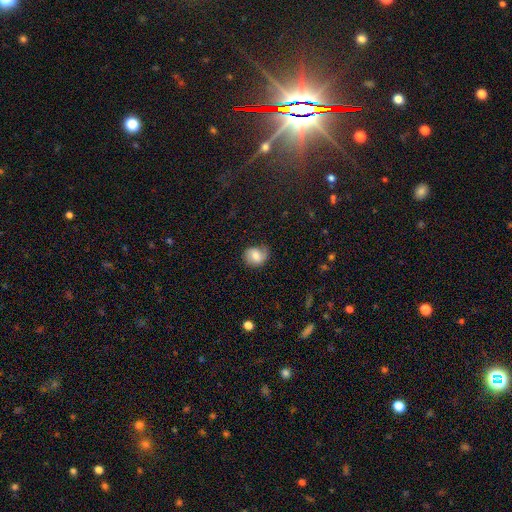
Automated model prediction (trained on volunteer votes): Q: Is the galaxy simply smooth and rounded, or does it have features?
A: smooth — 59%.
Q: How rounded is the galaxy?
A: round — 68%.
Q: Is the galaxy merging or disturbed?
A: none — 66%.